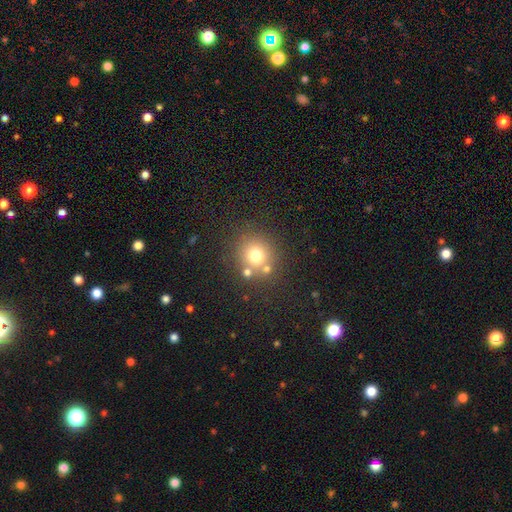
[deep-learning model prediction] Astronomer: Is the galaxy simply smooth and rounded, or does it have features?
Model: smooth — 71%.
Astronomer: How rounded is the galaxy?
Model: round — 88%.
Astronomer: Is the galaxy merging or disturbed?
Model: none — 71%.